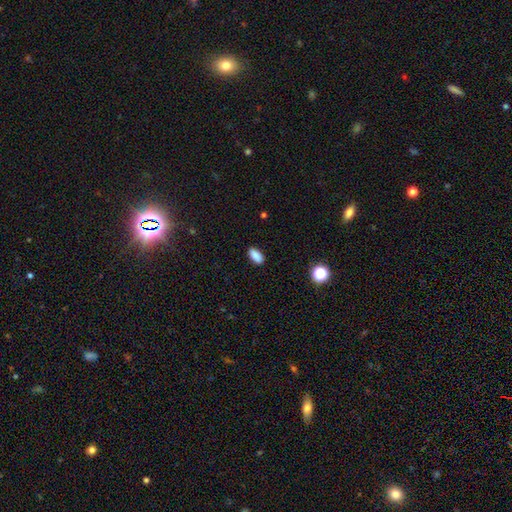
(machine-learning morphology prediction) Smooth or featured?
  - smooth: 87% *
  - star or artifact: 9%
  - featured or disk: 4%
How rounded?
  - in between: 87% *
  - cigar-shaped: 9%
  - round: 4%
Merging?
  - none: 88% *
  - minor disturbance: 9%
  - major disturbance: 2%
  - merger: 1%